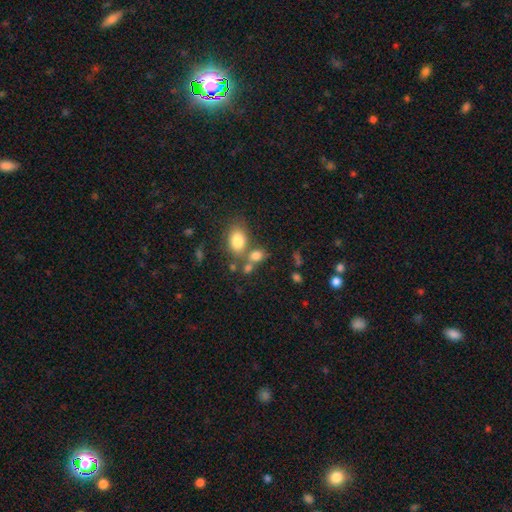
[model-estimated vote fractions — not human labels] Q: Smooth or featured?
A: smooth (78%); runner-up: star or artifact (12%)
Q: How rounded?
A: in between (68%); runner-up: round (30%)
Q: Merging?
A: none (47%); runner-up: merger (35%)